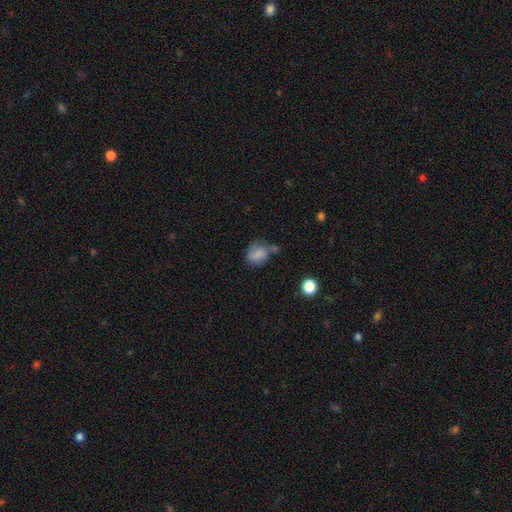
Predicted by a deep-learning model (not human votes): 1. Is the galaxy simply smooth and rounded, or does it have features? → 78% smooth, 12% featured or disk, 10% star or artifact.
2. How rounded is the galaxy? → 53% in between, 46% round, 1% cigar-shaped.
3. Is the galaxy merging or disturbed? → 47% none, 27% minor disturbance, 15% merger, 11% major disturbance.